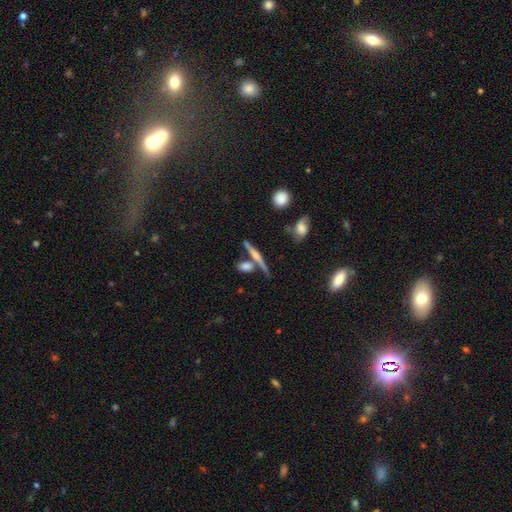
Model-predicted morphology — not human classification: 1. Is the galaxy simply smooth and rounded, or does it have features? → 57% featured or disk, 33% smooth, 9% star or artifact.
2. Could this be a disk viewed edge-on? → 93% yes, 7% no.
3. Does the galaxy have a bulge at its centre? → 73% rounded, 17% none, 10% boxy.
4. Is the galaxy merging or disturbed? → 64% none, 20% merger, 11% minor disturbance, 4% major disturbance.